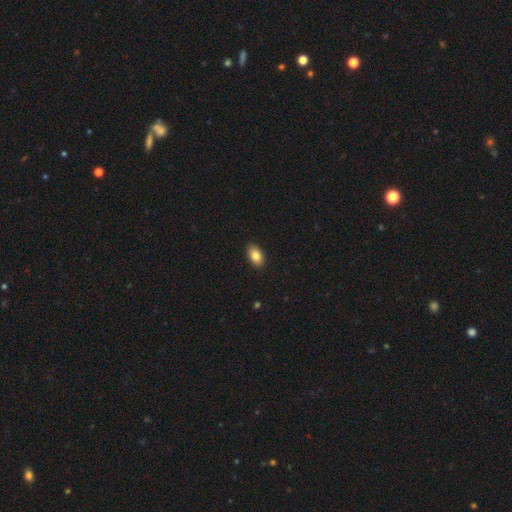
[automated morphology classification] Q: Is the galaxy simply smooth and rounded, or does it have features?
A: smooth — 84%.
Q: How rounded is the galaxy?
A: in between — 92%.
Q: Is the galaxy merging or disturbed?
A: none — 90%.